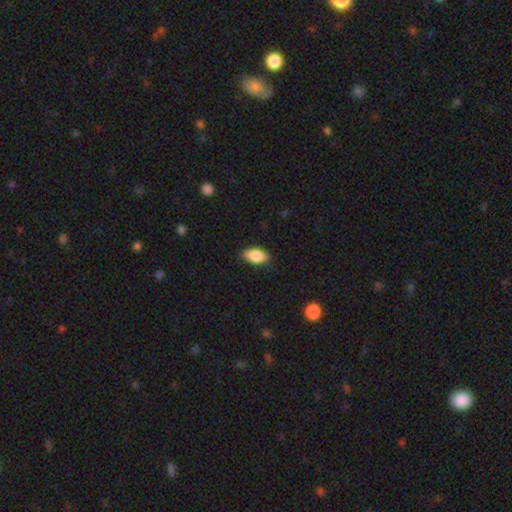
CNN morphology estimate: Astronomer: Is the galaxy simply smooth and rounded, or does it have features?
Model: smooth — 87%.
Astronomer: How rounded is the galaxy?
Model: in between — 92%.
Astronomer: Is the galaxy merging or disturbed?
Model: none — 82%.